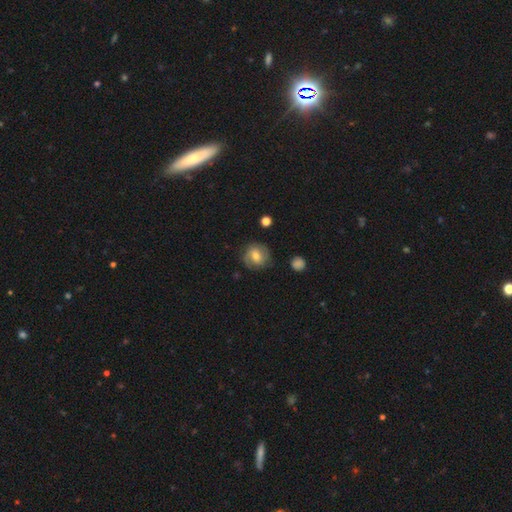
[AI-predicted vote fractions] A featured or disk galaxy (49%). Merging: none (77%).